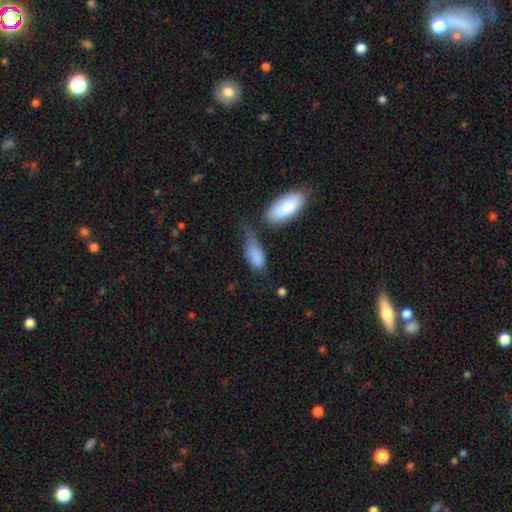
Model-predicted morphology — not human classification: The model was most divided on "merging": major disturbance: 31%, minor disturbance: 29%, none: 24%, merger: 17%. More confident: how rounded — in between (83%); smooth or featured — smooth (81%).